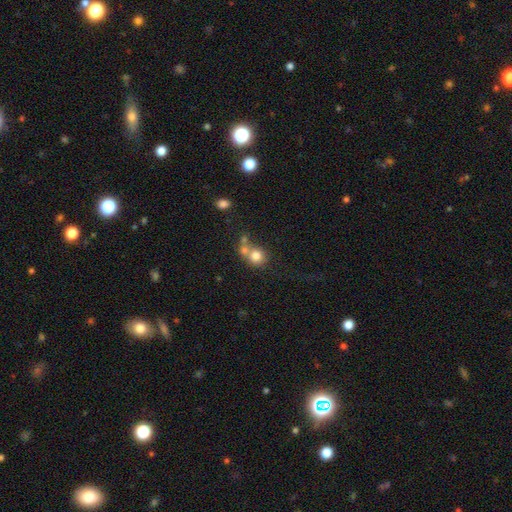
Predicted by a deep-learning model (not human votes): smooth 77%, featured or disk 12%, star or artifact 11%. Down the decision tree: how rounded — round (84%); merging — merger (45%).